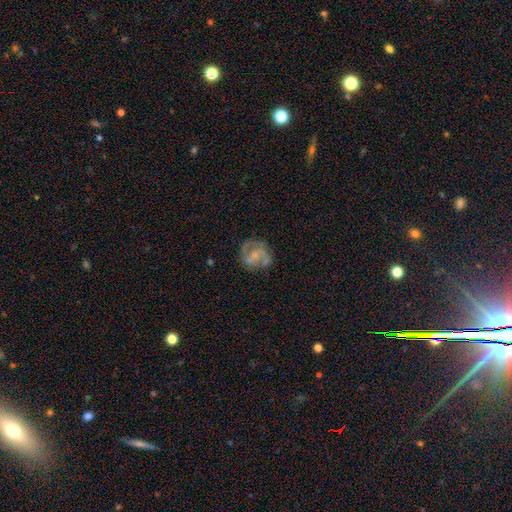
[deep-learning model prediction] This appears to be a featured or disk galaxy (56%) with no bar (61%), spiral arms (60%) and a small central bulge (43%). Merging: none (58%).